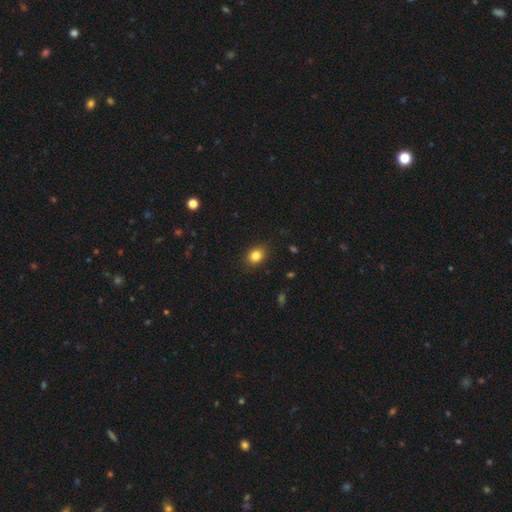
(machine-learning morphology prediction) Smooth or featured? Predicted: smooth (p=0.83). How rounded? Predicted: in between (p=0.57). Merging? Predicted: none (p=0.87).